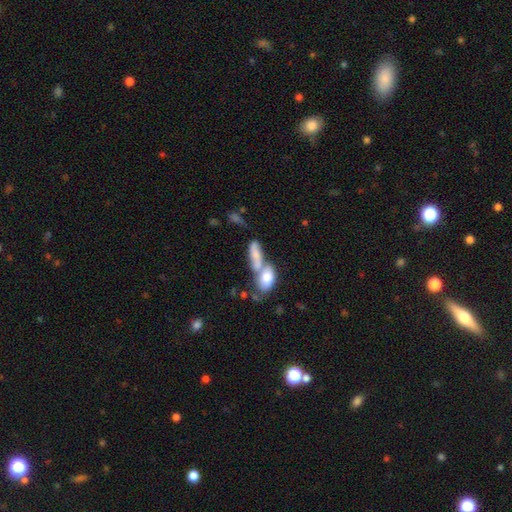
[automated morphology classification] Overall: smooth (70%). How rounded: in between (73%). Merging: merger (66%).